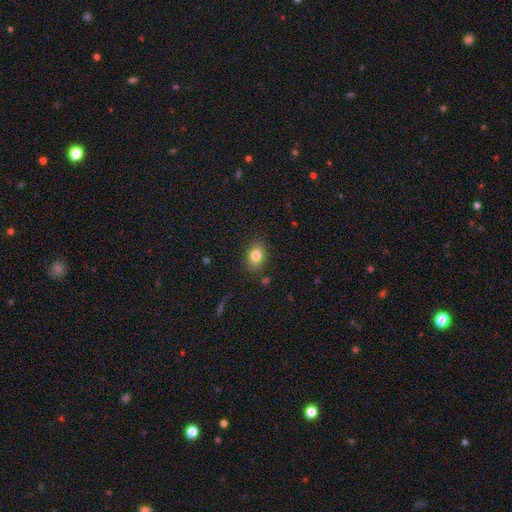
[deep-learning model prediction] smooth_or_featured: smooth (p=0.82) [alt: star or artifact p=0.10]
how_rounded: in between (p=0.70) [alt: round p=0.29]
merging: none (p=0.85) [alt: minor disturbance p=0.10]